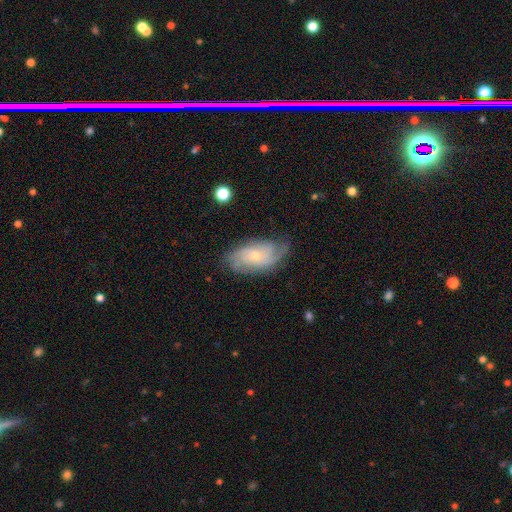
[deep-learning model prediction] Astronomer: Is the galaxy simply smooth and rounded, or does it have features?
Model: featured or disk — 74%.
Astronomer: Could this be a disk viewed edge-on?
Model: no — 95%.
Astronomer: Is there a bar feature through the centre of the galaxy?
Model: no — 74%.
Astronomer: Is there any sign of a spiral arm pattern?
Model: yes — 94%.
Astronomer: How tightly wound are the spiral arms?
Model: tight — 45% (runner-up: medium, 38%).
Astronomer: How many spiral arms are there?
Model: can't tell — 32% (runner-up: 2, 24%).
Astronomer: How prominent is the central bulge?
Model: small — 70%.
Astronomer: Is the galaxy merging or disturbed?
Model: none — 72%.